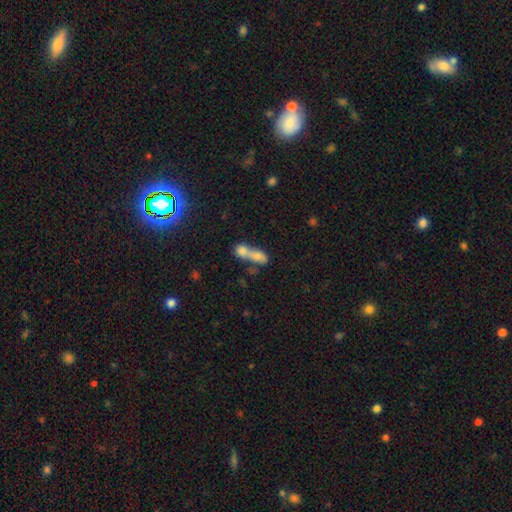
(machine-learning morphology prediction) Smooth or featured? smooth (71%)
How rounded? in between (64%)
Merging? merger (76%)